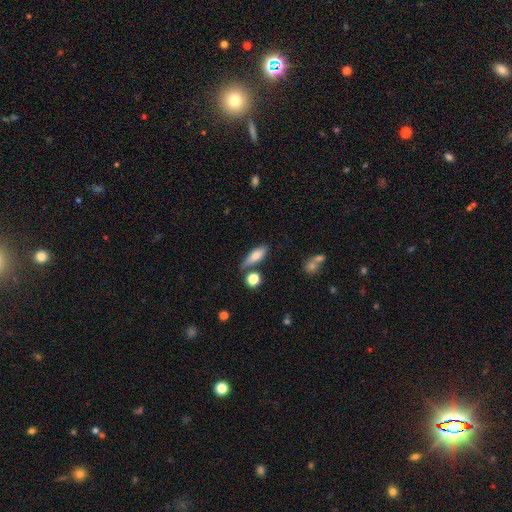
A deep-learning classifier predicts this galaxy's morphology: smooth 74%, featured or disk 18%, star or artifact 8%. Down the decision tree: how rounded — in between (57%); merging — none (64%).